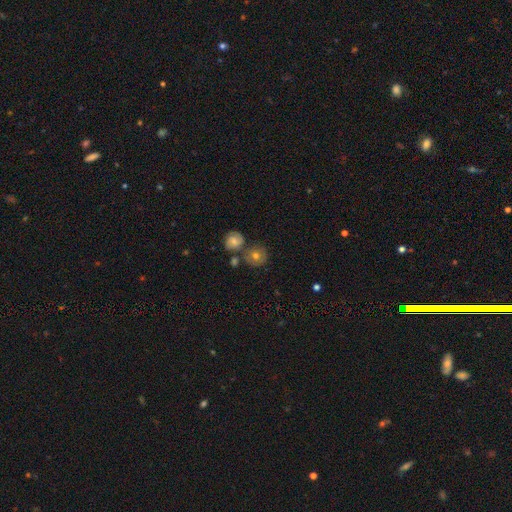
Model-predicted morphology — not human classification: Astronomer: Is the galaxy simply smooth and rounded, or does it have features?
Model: smooth — 61%.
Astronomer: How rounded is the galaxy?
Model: round — 87%.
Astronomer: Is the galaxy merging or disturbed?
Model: none — 64%.